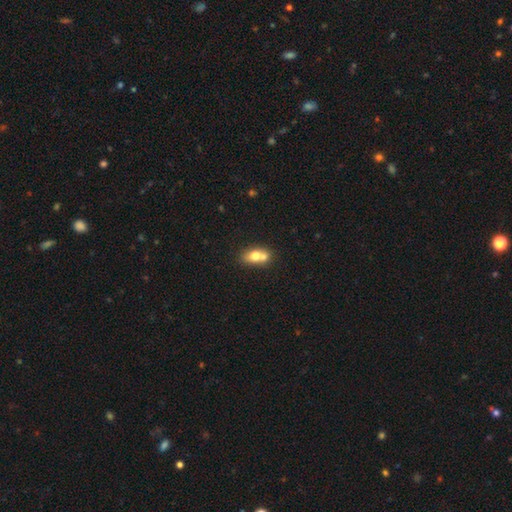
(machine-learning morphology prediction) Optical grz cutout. It shows a smooth galaxy with no disk features (69%) that is in between round and cigar-shaped (75%). Merging: merger (50%).